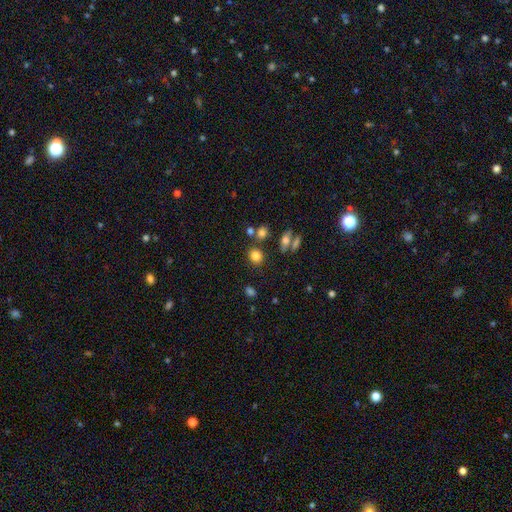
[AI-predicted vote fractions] This is clearly a smooth galaxy (81%). How rounded: likely round (70%). Merging: likely none (76%).